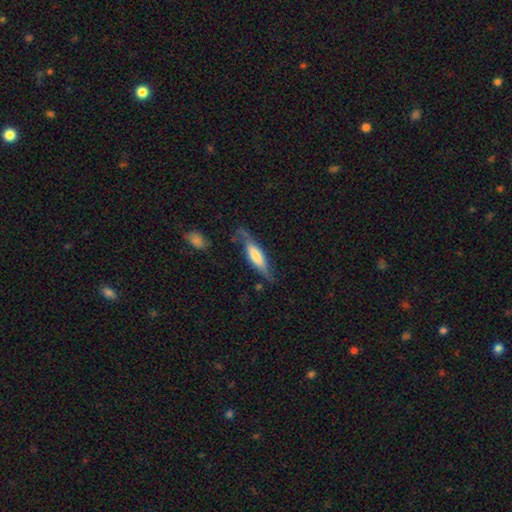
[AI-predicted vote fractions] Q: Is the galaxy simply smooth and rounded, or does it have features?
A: smooth — 52%.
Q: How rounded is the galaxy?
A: cigar-shaped — 60%.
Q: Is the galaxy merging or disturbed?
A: none — 60%.